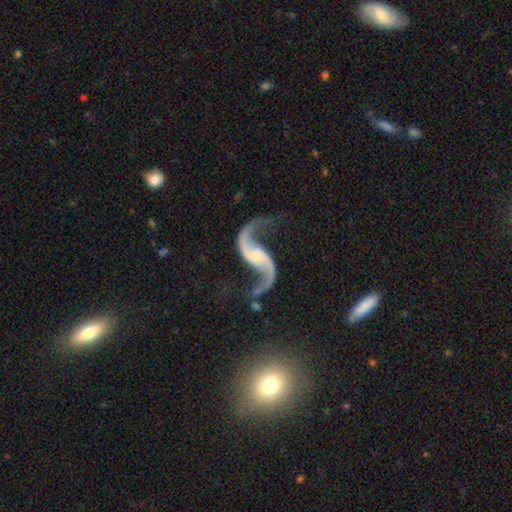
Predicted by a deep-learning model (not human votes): smooth-or-featured: featured or disk: 93% | star or artifact: 4% | smooth: 3%
  disk-edge-on: no: 97% | yes: 3%
    bar: no: 55% | weak: 30% | strong: 15%
    has-spiral-arms: yes: 97% | no: 3%
      spiral-winding: loose: 91% | medium: 7% | tight: 2%
      spiral-arm-count: 2: 94% | 1: 2% | can't tell: 1% | 3: 1% | 4: 1% | more than 4: 1%
    bulge-size: small: 67% | moderate: 14% | none: 14% | large: 3% | dominant: 2%
  merging: none: 67% | minor disturbance: 15% | major disturbance: 12% | merger: 6%